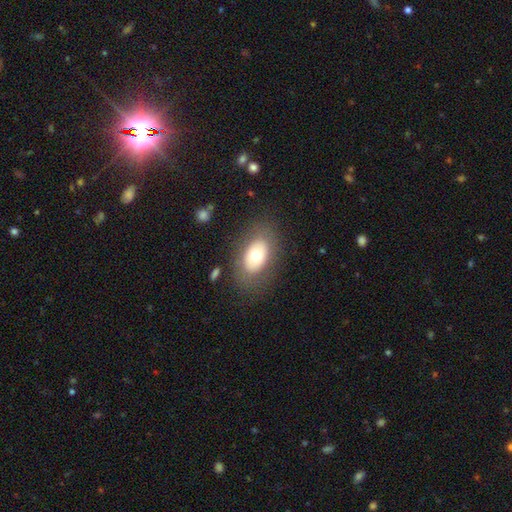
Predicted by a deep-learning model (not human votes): Q: Smooth or featured?
A: smooth (65%); runner-up: featured or disk (27%)
Q: How rounded?
A: in between (86%); runner-up: round (12%)
Q: Merging?
A: none (78%); runner-up: minor disturbance (13%)